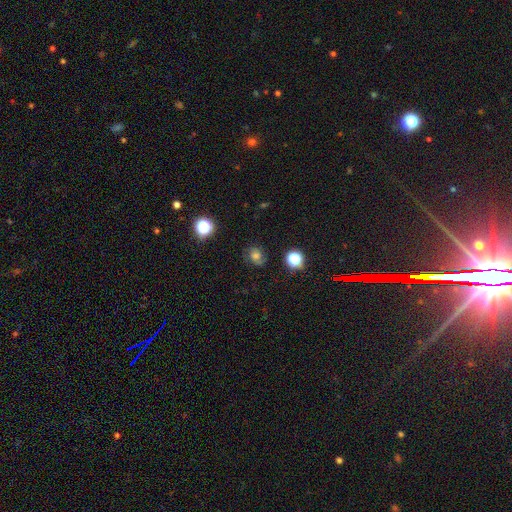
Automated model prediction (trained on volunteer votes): This is possibly a smooth galaxy (47%). Merging: likely none (71%).